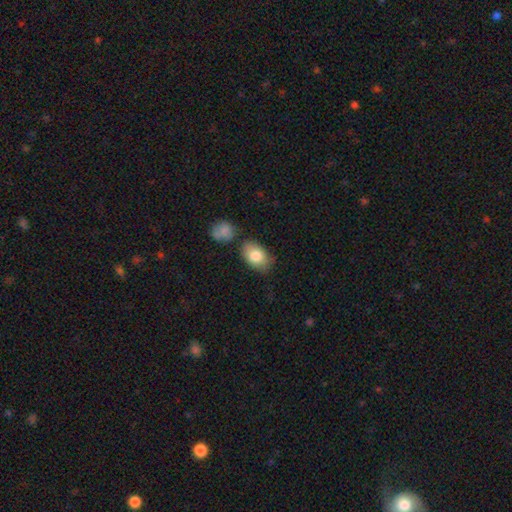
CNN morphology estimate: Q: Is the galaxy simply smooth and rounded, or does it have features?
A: smooth — 82%.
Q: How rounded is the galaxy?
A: in between — 85%.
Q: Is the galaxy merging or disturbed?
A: none — 67%.